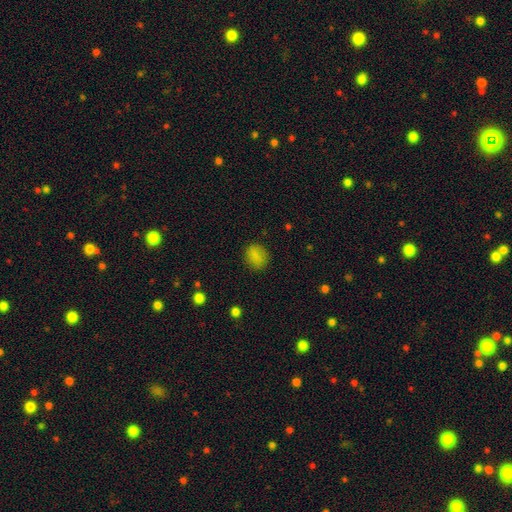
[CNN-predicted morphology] Smooth or featured?
  - smooth: 83% *
  - star or artifact: 11%
  - featured or disk: 6%
How rounded?
  - round: 57% *
  - in between: 41%
  - cigar-shaped: 2%
Merging?
  - none: 84% *
  - minor disturbance: 11%
  - major disturbance: 4%
  - merger: 1%